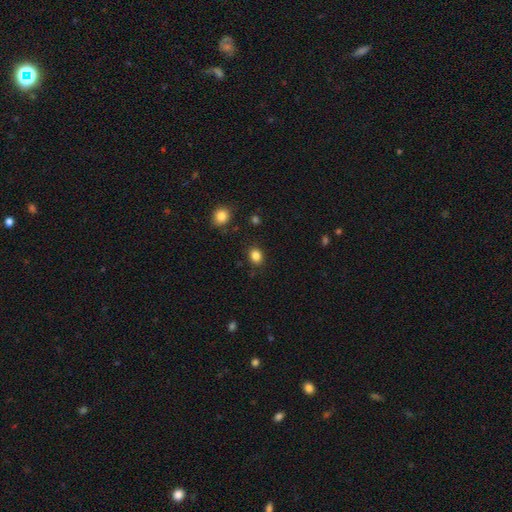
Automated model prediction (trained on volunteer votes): Overall: smooth (85%). How rounded: round (55%; in between 44%). Merging: none (86%).